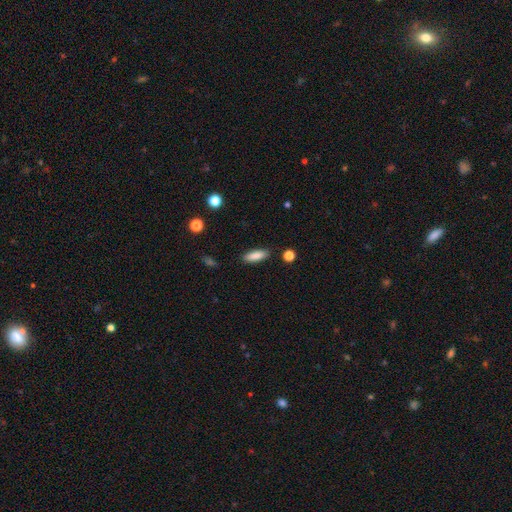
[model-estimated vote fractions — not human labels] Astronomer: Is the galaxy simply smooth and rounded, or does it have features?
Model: smooth — 86%.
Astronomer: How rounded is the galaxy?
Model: in between — 59% (runner-up: cigar-shaped, 39%).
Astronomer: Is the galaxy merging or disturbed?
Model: none — 88%.